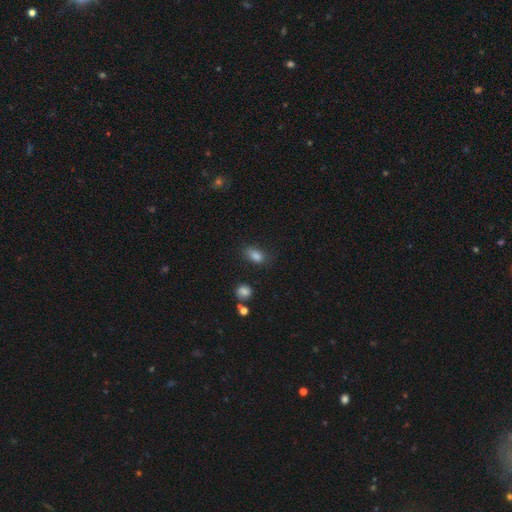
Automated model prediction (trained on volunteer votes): Overall: smooth (83%). How rounded: in between (85%). Merging: none (76%).